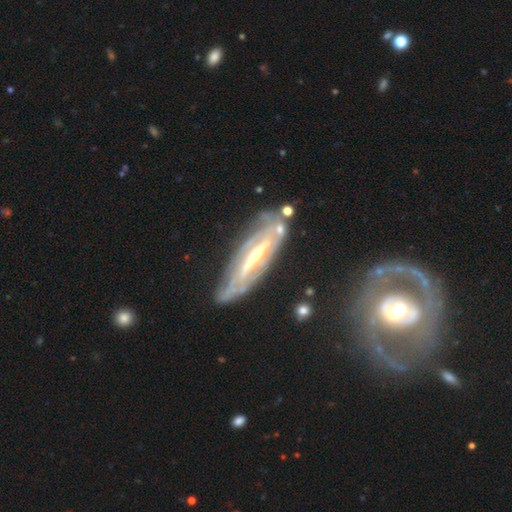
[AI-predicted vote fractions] Smooth or featured?
  - featured or disk: 84% *
  - smooth: 10%
  - star or artifact: 6%
Edge-on disk?
  - no: 67% *
  - yes: 33%
Bar?
  - strong: 49% *
  - weak: 30%
  - no: 21%
Spiral arms?
  - yes: 80% *
  - no: 20%
Bulge size?
  - moderate: 52% *
  - small: 40%
  - large: 5%
  - none: 2%
  - dominant: 1%
Merging?
  - none: 68% *
  - minor disturbance: 19%
  - major disturbance: 9%
  - merger: 5%